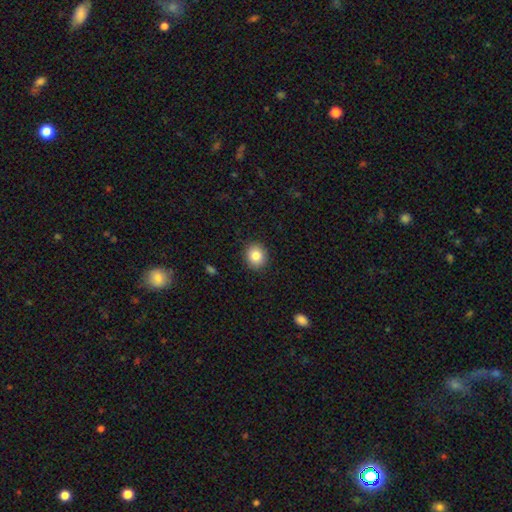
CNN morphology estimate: A smooth galaxy with no disk features (84%) that is round (76%).

Vote fractions:
- Smooth or featured? smooth: 84% / star or artifact: 9% / featured or disk: 7%
- How rounded? round: 76% / in between: 23% / cigar-shaped: 1%
- Merging? none: 90% / minor disturbance: 7% / major disturbance: 2% / merger: 1%